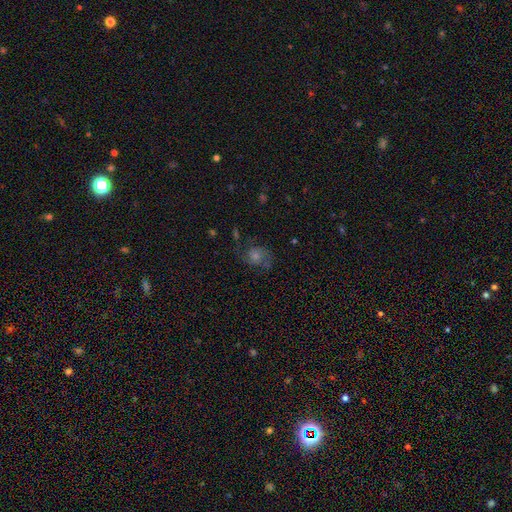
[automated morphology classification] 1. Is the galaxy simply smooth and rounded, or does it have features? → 57% featured or disk, 23% smooth, 20% star or artifact.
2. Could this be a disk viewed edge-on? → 97% no, 3% yes.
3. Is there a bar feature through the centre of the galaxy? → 73% no, 23% weak, 4% strong.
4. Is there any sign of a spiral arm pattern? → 90% yes, 10% no.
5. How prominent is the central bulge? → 48% moderate, 31% small, 12% large, 6% none, 3% dominant.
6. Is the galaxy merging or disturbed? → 69% none, 16% minor disturbance, 12% major disturbance, 2% merger.